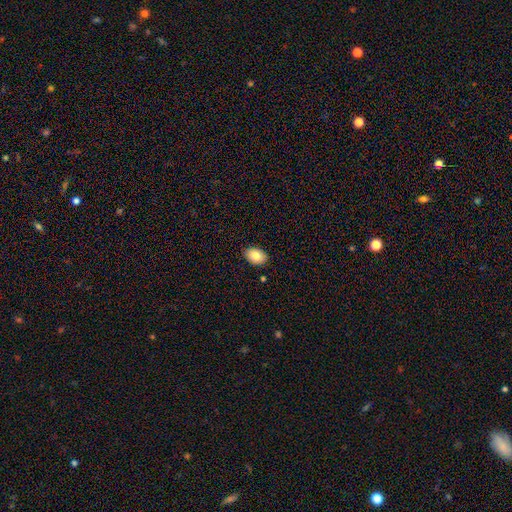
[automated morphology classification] Q: Smooth or featured?
A: smooth (84%); runner-up: featured or disk (9%)
Q: How rounded?
A: in between (86%); runner-up: round (12%)
Q: Merging?
A: none (89%); runner-up: minor disturbance (8%)